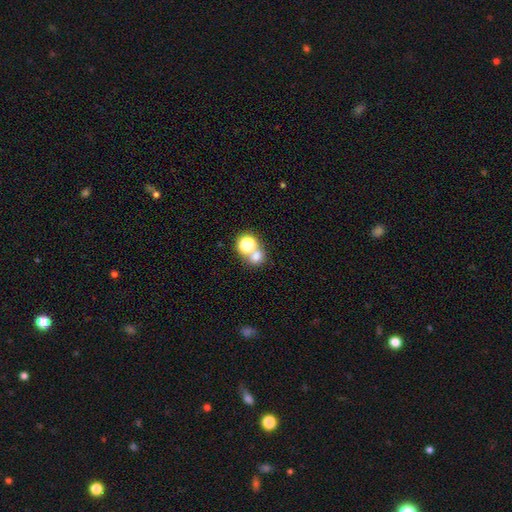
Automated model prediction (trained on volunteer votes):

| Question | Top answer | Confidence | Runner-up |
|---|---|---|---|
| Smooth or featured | smooth | 67% | star or artifact (23%) |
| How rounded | round | 74% | in between (25%) |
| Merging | none | 48% | merger (41%) |